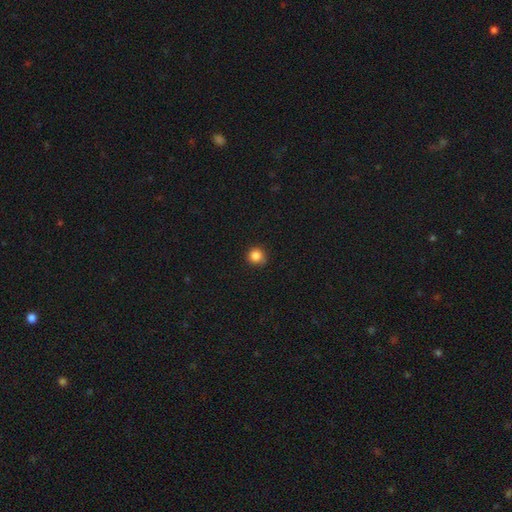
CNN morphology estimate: A smooth galaxy with no disk features (84%) that is round (92%). Merging: none (77%).